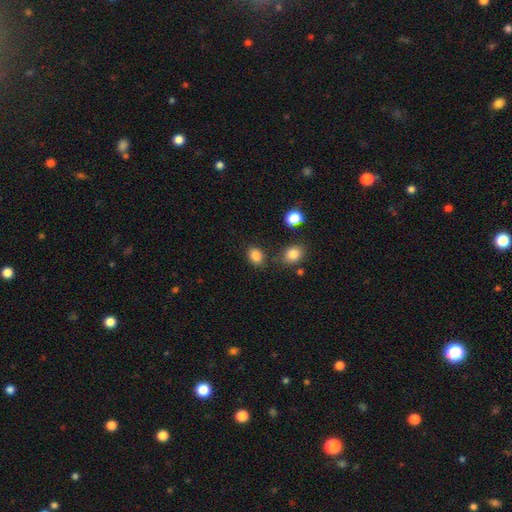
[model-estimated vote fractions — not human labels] Smooth or featured?
  - smooth: 85% *
  - star or artifact: 11%
  - featured or disk: 5%
How rounded?
  - in between: 64% *
  - round: 34%
  - cigar-shaped: 1%
Merging?
  - none: 75% *
  - minor disturbance: 14%
  - merger: 7%
  - major disturbance: 4%